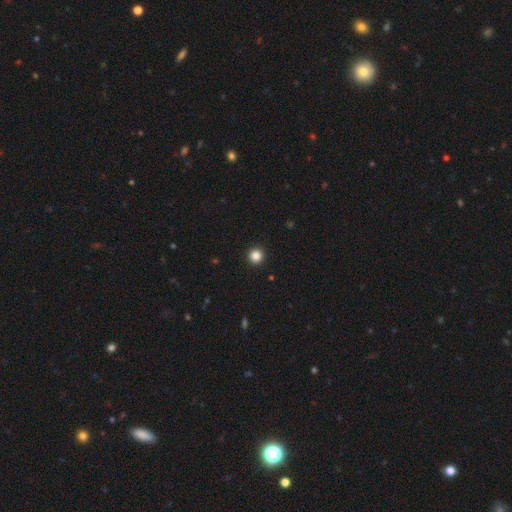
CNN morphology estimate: Overall: smooth (85%). How rounded: round (96%). Merging: none (94%).